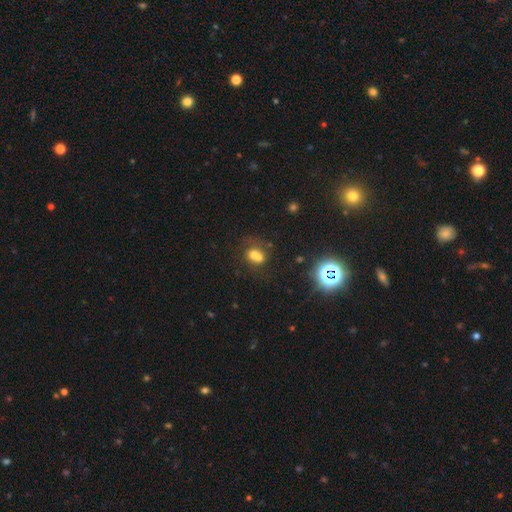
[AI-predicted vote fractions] smooth 59%, featured or disk 23%, star or artifact 19%. Down the decision tree: how rounded — round (53%); merging — merger (59%).